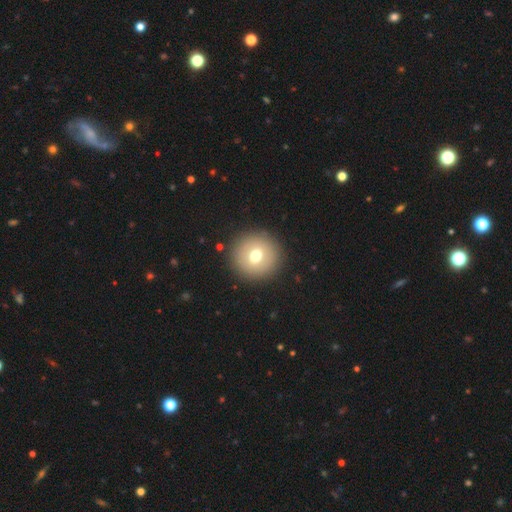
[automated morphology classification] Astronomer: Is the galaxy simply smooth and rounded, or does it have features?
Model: smooth — 70%.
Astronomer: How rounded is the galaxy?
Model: round — 94%.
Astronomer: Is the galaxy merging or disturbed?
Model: none — 91%.